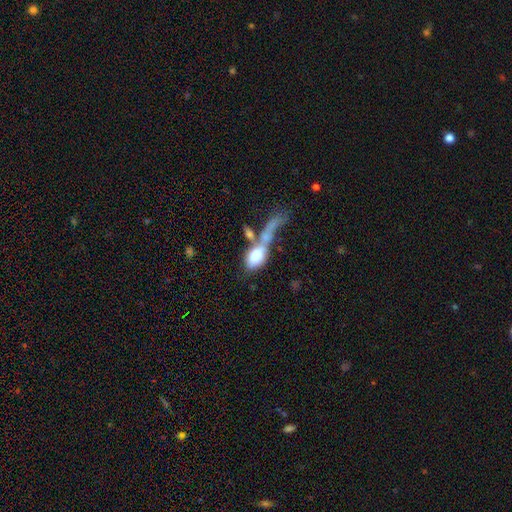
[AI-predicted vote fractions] Morphology: type=smooth (67%); roundness=in between (80%); merging=merger (49%).